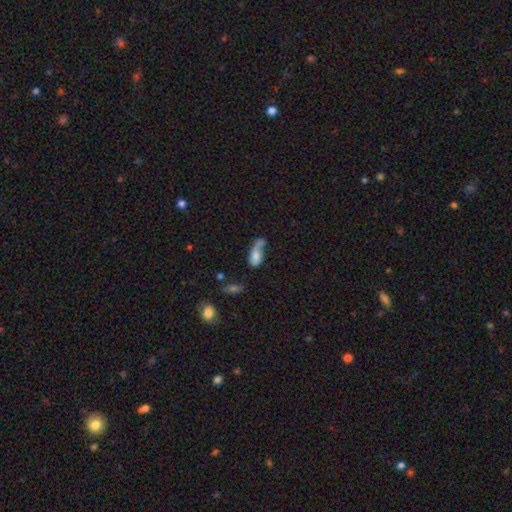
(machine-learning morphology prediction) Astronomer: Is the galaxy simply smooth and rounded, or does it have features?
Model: smooth — 59%.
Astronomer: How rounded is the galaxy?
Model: in between — 80%.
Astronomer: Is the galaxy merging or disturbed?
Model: major disturbance — 34% (runner-up: none, 27%).